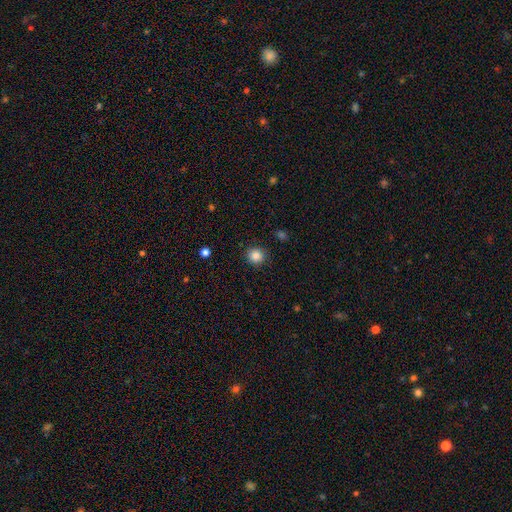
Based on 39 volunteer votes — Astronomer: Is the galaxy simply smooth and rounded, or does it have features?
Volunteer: smooth — 92%.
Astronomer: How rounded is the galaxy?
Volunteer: round — 97%.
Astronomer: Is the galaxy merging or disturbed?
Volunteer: none — 95%.